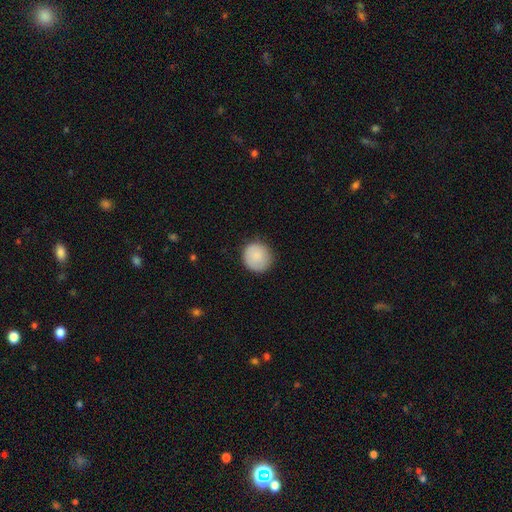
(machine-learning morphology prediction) type=smooth (87%); roundness=round (92%); merging=none (86%).